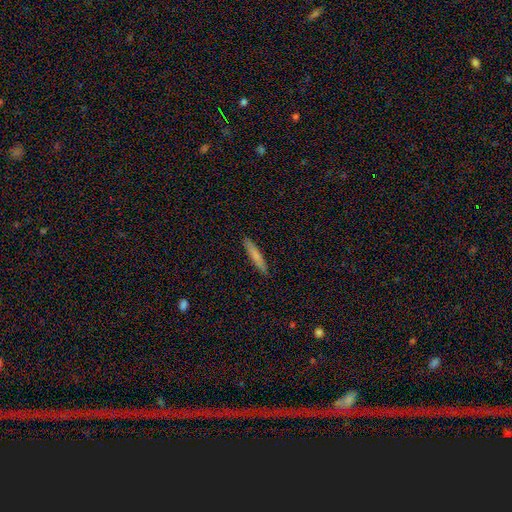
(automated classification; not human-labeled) Smooth or featured?
  - smooth: 78% *
  - featured or disk: 16%
  - star or artifact: 6%
How rounded?
  - cigar-shaped: 92% *
  - in between: 7%
  - round: 1%
Merging?
  - none: 91% *
  - minor disturbance: 6%
  - major disturbance: 1%
  - merger: 1%